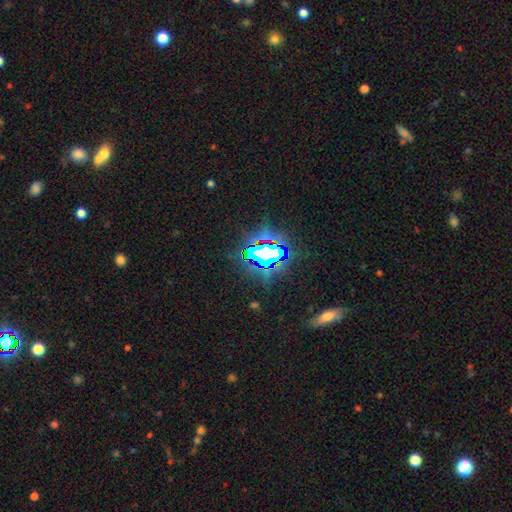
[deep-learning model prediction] Smooth or featured? star or artifact (76%)